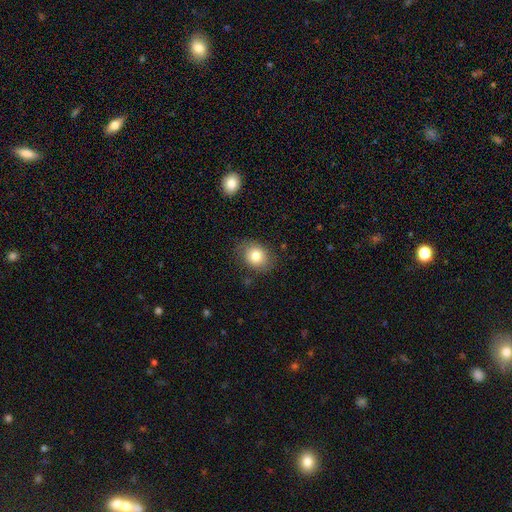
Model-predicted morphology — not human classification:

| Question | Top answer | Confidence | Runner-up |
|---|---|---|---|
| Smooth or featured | smooth | 78% | featured or disk (13%) |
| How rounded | round | 52% | in between (47%) |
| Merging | none | 78% | minor disturbance (16%) |